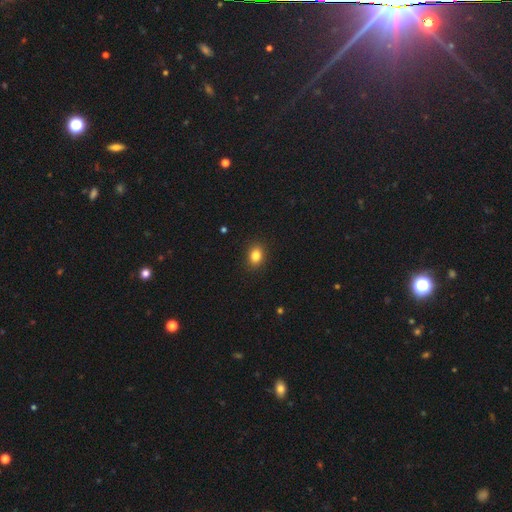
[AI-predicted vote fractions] This appears to be a smooth galaxy with no disk features (85%) that is in between round and cigar-shaped (60%). Merging: none (90%).